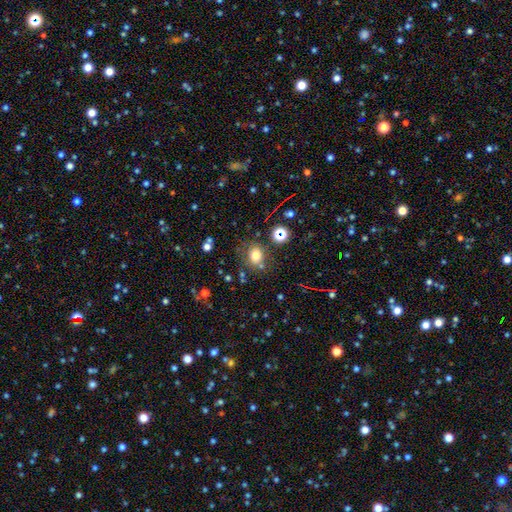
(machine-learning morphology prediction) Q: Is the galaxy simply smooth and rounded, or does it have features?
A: smooth — 73%.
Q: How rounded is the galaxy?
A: round — 68%.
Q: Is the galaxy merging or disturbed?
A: none — 70%.